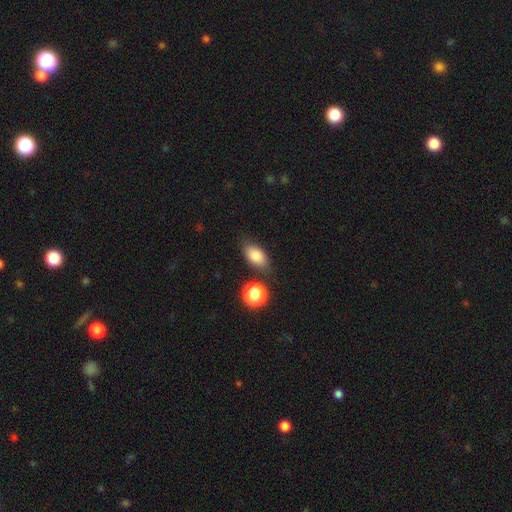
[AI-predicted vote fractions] Smooth or featured: smooth — 83% (star or artifact — 9%)
How rounded: in between — 87% (round — 9%)
Merging: none — 76% (minor disturbance — 15%)